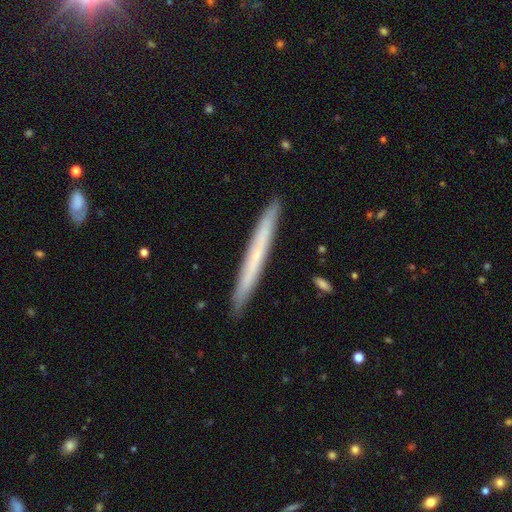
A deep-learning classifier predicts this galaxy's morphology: Smooth or featured?
  - smooth: 51% *
  - featured or disk: 43%
  - star or artifact: 6%
How rounded?
  - cigar-shaped: 97% *
  - in between: 2%
  - round: 1%
Merging?
  - none: 91% *
  - minor disturbance: 6%
  - major disturbance: 1%
  - merger: 1%